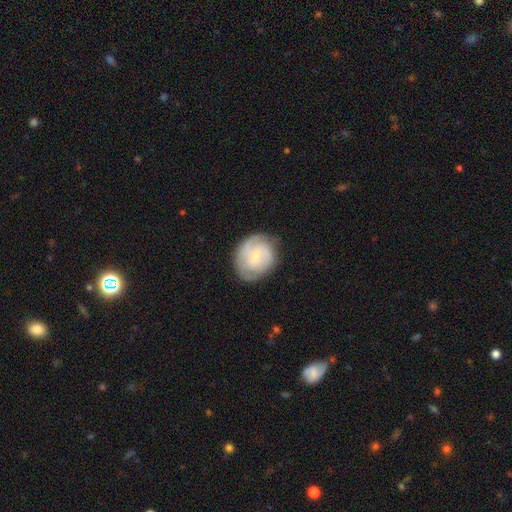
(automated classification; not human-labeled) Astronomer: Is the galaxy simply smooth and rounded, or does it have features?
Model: featured or disk — 67%.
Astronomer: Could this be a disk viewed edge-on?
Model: no — 98%.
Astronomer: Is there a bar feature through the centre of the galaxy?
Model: no — 47% (runner-up: weak, 45%).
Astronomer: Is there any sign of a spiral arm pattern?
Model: yes — 90%.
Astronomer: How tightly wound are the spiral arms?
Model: tight — 53% (runner-up: medium, 36%).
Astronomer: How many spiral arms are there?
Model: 2 — 41% (runner-up: can't tell, 29%).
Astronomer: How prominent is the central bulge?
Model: small — 71%.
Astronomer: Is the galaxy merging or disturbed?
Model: none — 73%.